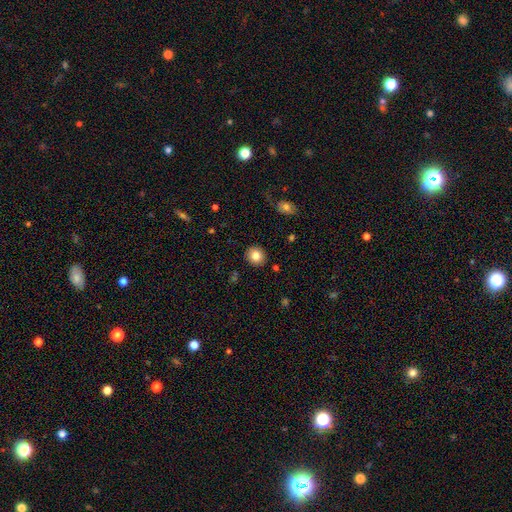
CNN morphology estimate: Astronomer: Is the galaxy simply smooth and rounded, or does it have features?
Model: smooth — 81%.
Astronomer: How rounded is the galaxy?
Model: round — 84%.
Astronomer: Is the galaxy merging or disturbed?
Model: none — 91%.